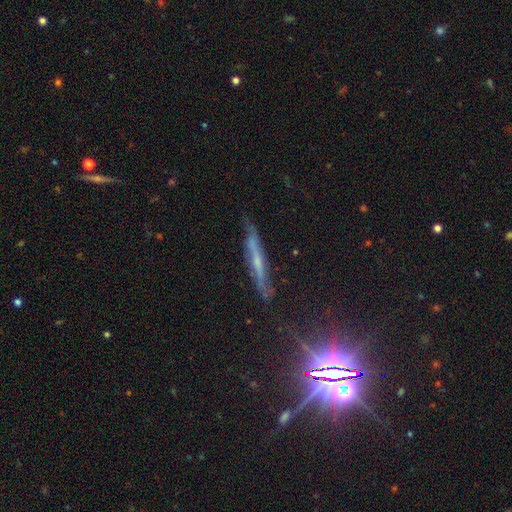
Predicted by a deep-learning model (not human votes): This appears to be a featured or disk galaxy (58%) viewed edge-on (84%). Merging: none (75%).